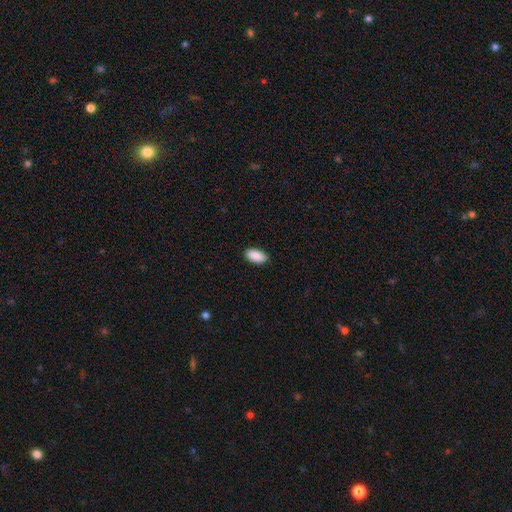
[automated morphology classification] type=smooth (91%); roundness=in between (93%); merging=none (89%).